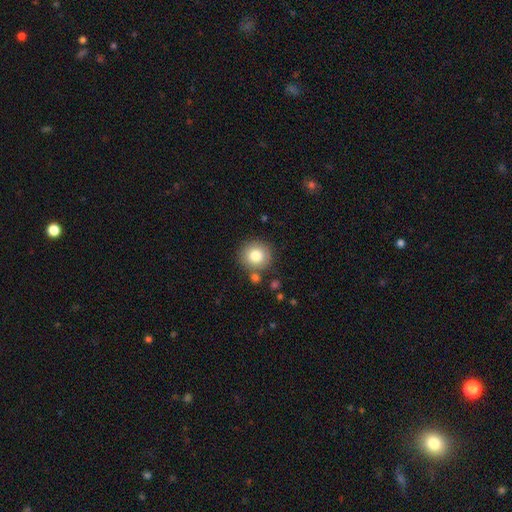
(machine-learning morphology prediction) A smooth galaxy with no disk features (81%) that is round (92%). Merging: none (80%).